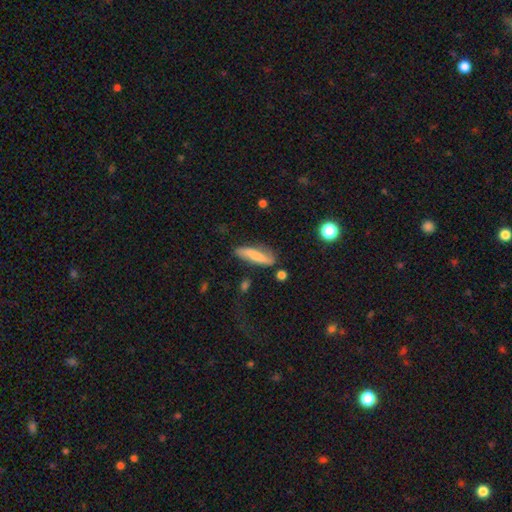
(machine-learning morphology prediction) This appears to be a smooth galaxy with no disk features (64%) that is cigar-shaped (69%). Merging: none (67%).